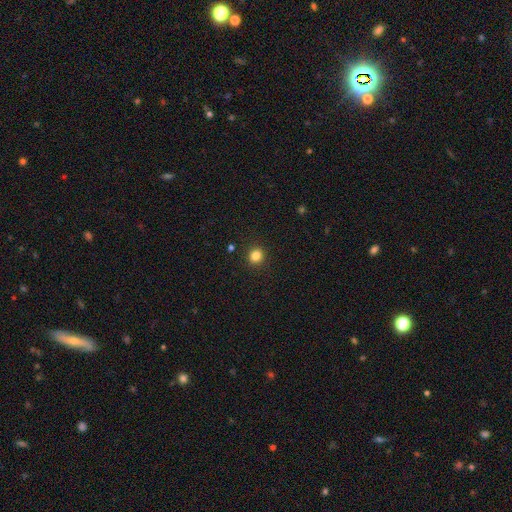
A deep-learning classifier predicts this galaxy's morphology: Smooth or featured?
  - smooth: 83% *
  - star or artifact: 12%
  - featured or disk: 5%
How rounded?
  - round: 82% *
  - in between: 17%
  - cigar-shaped: 1%
Merging?
  - none: 91% *
  - minor disturbance: 6%
  - major disturbance: 2%
  - merger: 1%